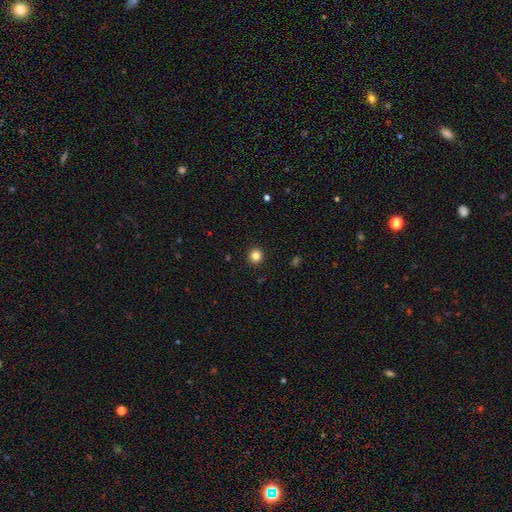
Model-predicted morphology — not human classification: Smooth or featured? Predicted: smooth (p=0.83). How rounded? Predicted: round (p=0.94). Merging? Predicted: none (p=0.93).